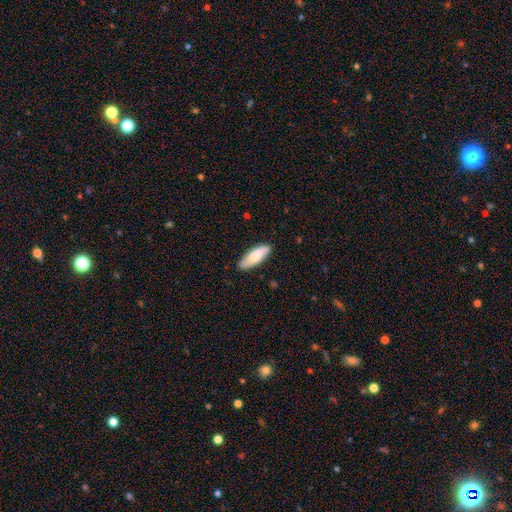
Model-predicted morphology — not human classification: smooth-or-featured: smooth: 74% | featured or disk: 20% | star or artifact: 5%
  how-rounded: in between: 61% | cigar-shaped: 37% | round: 2%
  merging: none: 85% | minor disturbance: 12% | major disturbance: 2% | merger: 1%